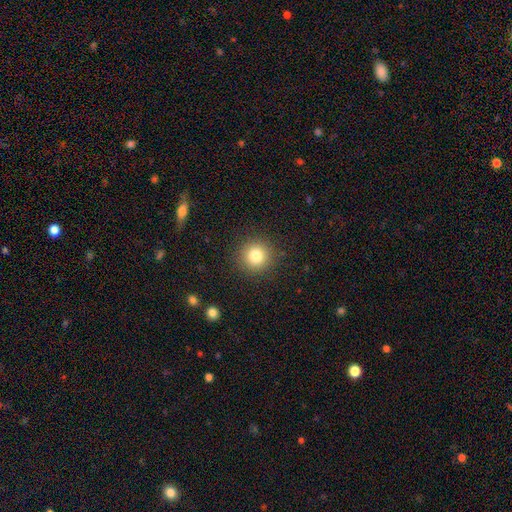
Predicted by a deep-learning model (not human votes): smooth_or_featured: smooth (p=0.81) [alt: star or artifact p=0.12]
how_rounded: round (p=0.94) [alt: in between p=0.05]
merging: none (p=0.90) [alt: minor disturbance p=0.06]